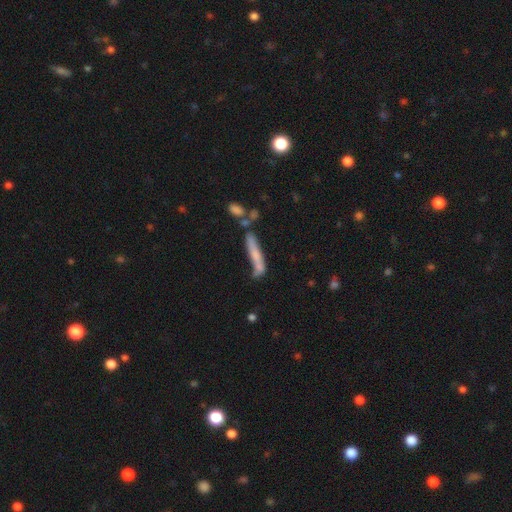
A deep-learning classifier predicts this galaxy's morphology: smooth 57%, featured or disk 35%, star or artifact 9%. Down the decision tree: how rounded — cigar-shaped (88%); merging — none (44%).